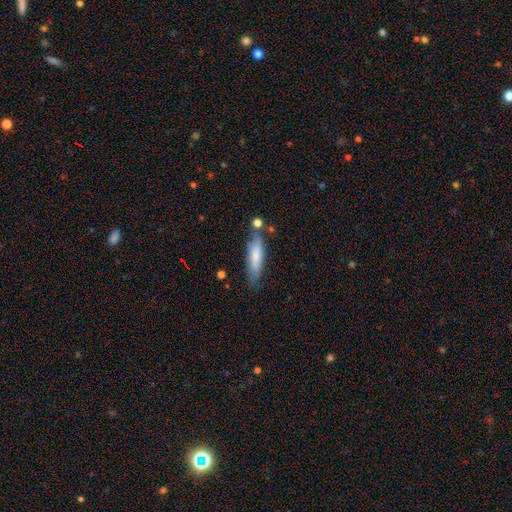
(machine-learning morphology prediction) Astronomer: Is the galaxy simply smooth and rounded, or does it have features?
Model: smooth — 70%.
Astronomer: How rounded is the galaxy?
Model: cigar-shaped — 66%.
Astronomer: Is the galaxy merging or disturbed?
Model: none — 68%.